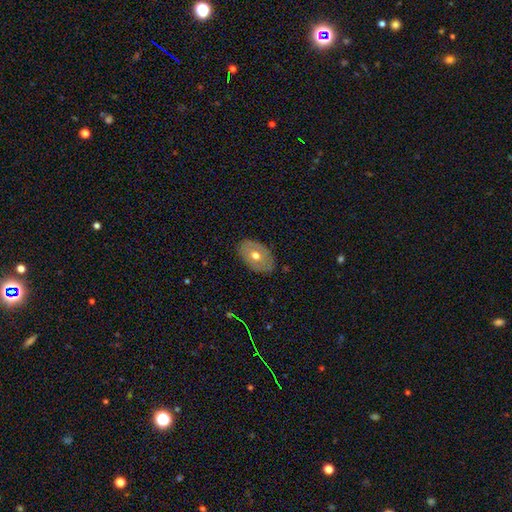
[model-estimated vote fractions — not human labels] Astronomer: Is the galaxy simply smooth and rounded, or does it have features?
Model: smooth — 52% (runner-up: featured or disk, 41%).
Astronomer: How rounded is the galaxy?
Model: in between — 86%.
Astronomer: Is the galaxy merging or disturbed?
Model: none — 82%.